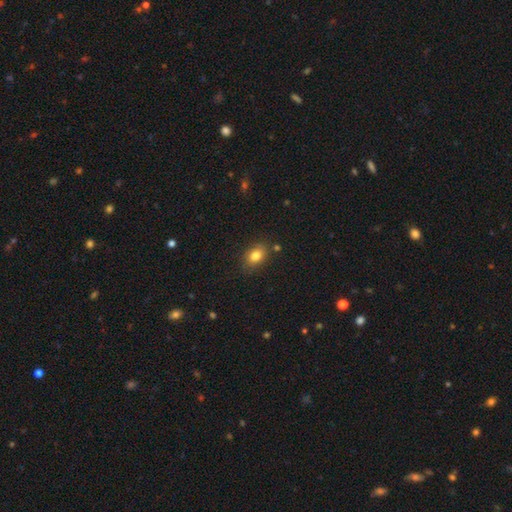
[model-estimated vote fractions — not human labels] smooth_or_featured: smooth (p=0.82) [alt: star or artifact p=0.10]
how_rounded: in between (p=0.76) [alt: round p=0.22]
merging: none (p=0.81) [alt: minor disturbance p=0.13]